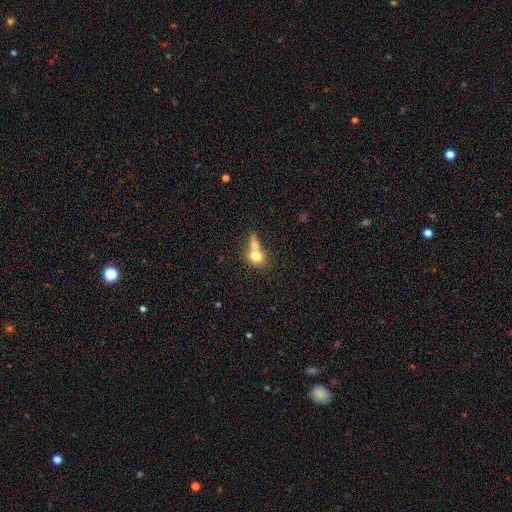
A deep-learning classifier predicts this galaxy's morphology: Q: Smooth or featured?
A: smooth (73%); runner-up: featured or disk (17%)
Q: How rounded?
A: round (58%); runner-up: in between (40%)
Q: Merging?
A: merger (60%); runner-up: none (27%)